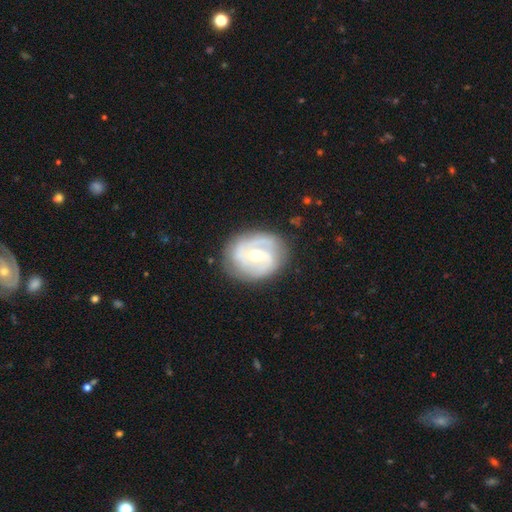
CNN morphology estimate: A featured or disk galaxy (82%) with a weak bar (45%), 2 (65%) tight (46%) spiral arms (90%) and a moderate central bulge (64%). Merging: none (77%).